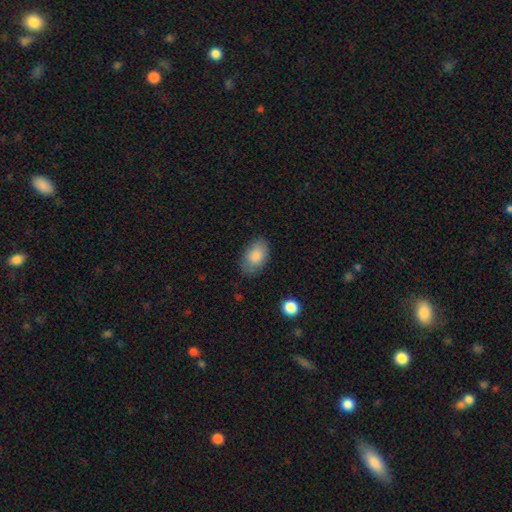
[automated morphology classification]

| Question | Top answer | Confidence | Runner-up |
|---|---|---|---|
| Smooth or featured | smooth | 86% | featured or disk (7%) |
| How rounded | in between | 91% | round (8%) |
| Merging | none | 79% | minor disturbance (16%) |